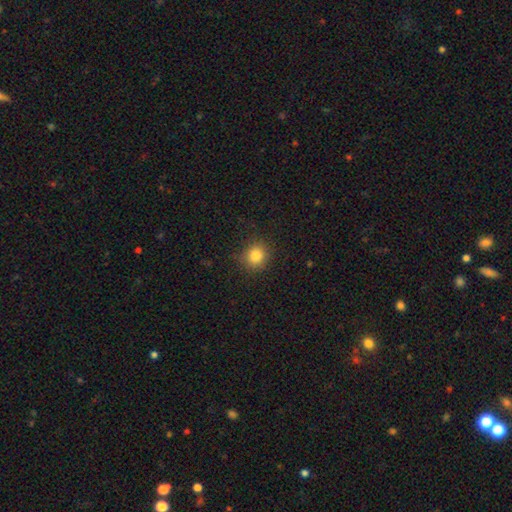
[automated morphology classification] This appears to be a smooth galaxy with no disk features (83%) that is round (86%). Merging: none (87%).